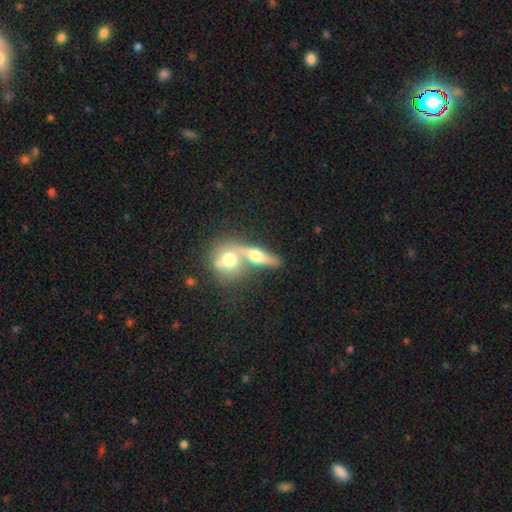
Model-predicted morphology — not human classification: This is possibly a featured or disk galaxy (49%). Merging: possibly merger (47%).